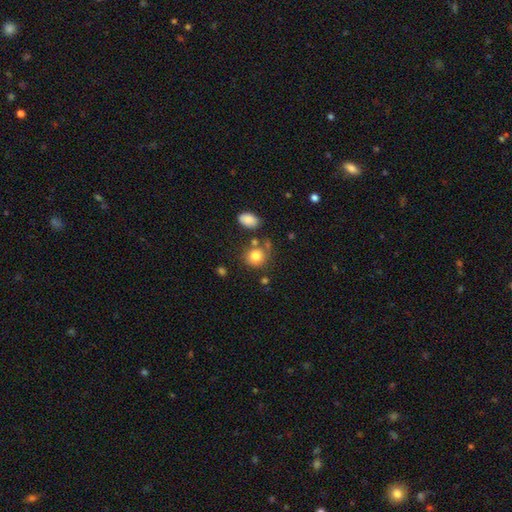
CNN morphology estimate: Smooth or featured? Predicted: smooth (p=0.80). How rounded? Predicted: round (p=0.79). Merging? Predicted: none (p=0.67).